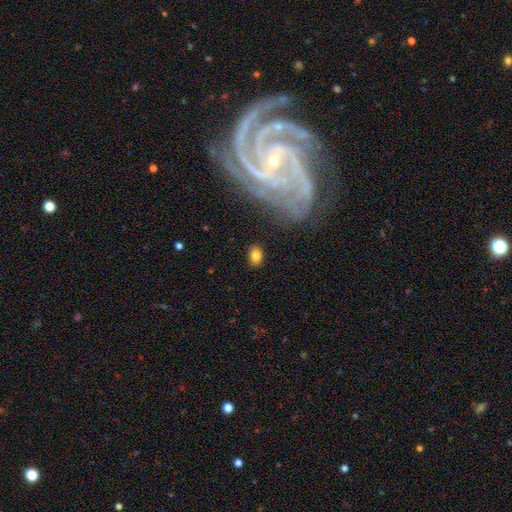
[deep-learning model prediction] Q: Smooth or featured?
A: smooth (81%); runner-up: star or artifact (10%)
Q: How rounded?
A: in between (76%); runner-up: round (23%)
Q: Merging?
A: none (84%); runner-up: minor disturbance (11%)